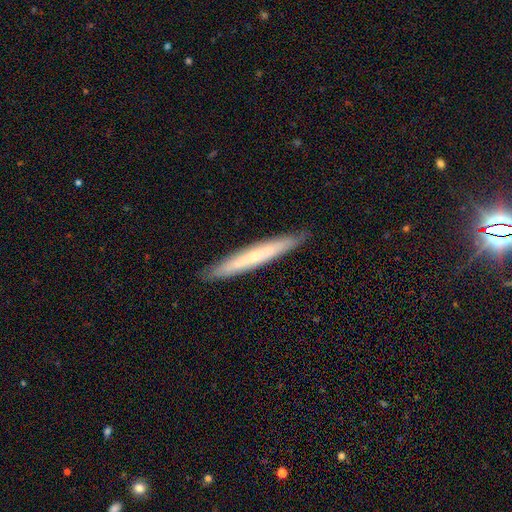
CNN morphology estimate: A smooth galaxy with no disk features (48%).

Vote fractions:
- Smooth or featured? smooth: 48% / featured or disk: 46% / star or artifact: 6%
- Merging? none: 90% / minor disturbance: 7% / major disturbance: 1% / merger: 1%